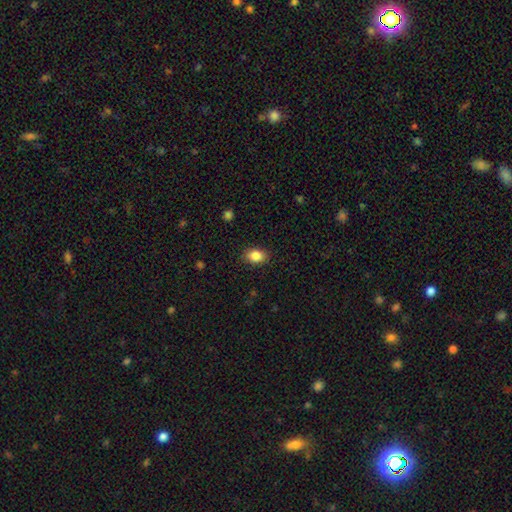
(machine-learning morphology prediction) smooth 86%, star or artifact 9%, featured or disk 5%. Down the decision tree: how rounded — in between (75%); merging — none (87%).